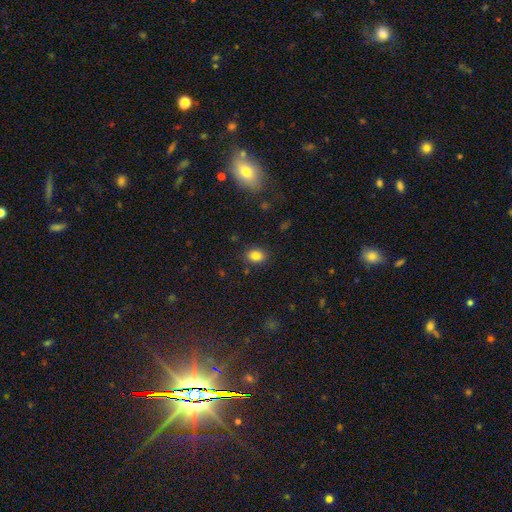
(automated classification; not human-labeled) Morphology: type=smooth (83%); roundness=in between (64%); merging=none (85%).